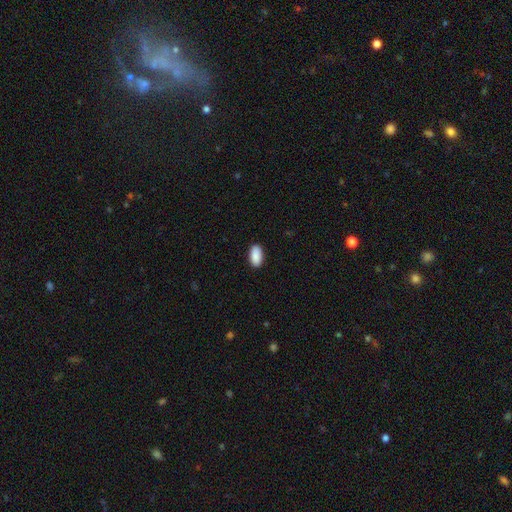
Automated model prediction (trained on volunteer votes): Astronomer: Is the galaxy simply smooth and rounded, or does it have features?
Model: smooth — 91%.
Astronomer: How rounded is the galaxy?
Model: in between — 94%.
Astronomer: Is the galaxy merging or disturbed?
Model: none — 89%.